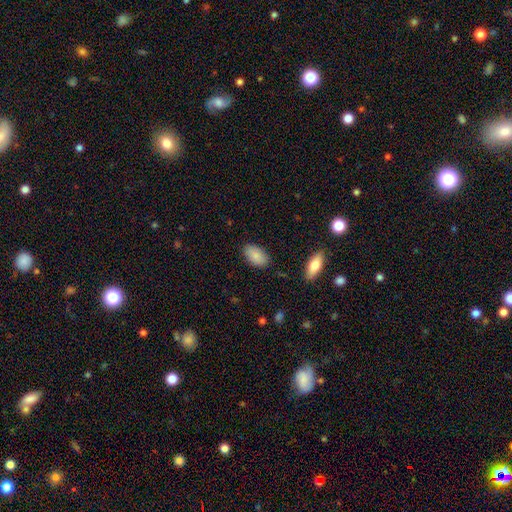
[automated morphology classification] smooth-or-featured: smooth: 87% | star or artifact: 7% | featured or disk: 6%
  how-rounded: in between: 94% | round: 4% | cigar-shaped: 2%
  merging: none: 85% | minor disturbance: 11% | major disturbance: 3% | merger: 2%